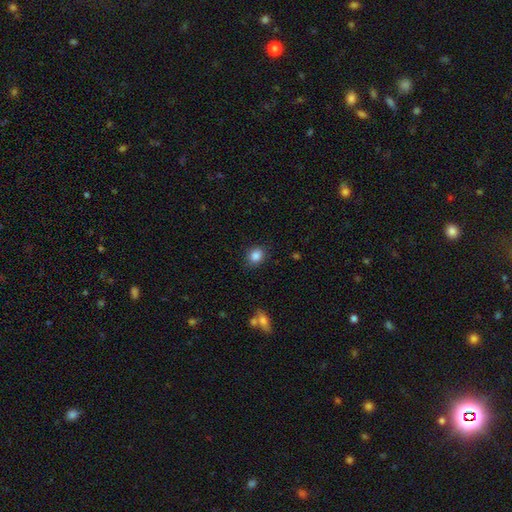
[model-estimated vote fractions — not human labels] A smooth galaxy with no disk features (86%) that is round (66%). Merging: none (85%).